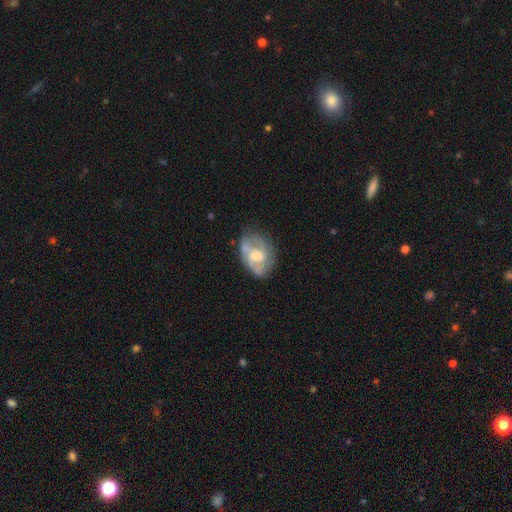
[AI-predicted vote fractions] Smooth or featured? Predicted: featured or disk (p=0.72). Edge-on disk? Predicted: no (p=0.97). Bar? Predicted: no (p=0.50). Spiral arms? Predicted: yes (p=0.80). Spiral winding? Predicted: medium (p=0.45). Spiral arm count? Predicted: 2 (p=0.43). Bulge size? Predicted: moderate (p=0.57). Merging? Predicted: none (p=0.62).